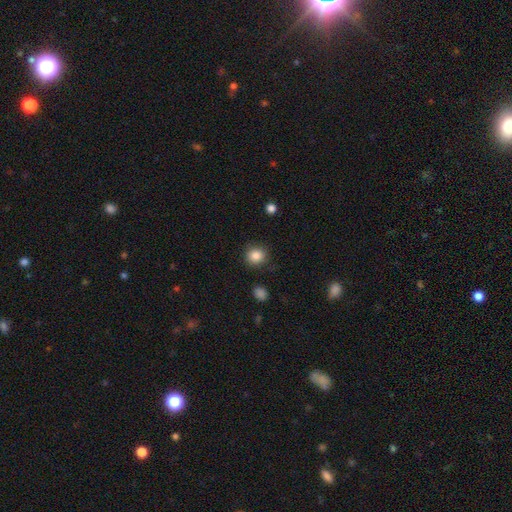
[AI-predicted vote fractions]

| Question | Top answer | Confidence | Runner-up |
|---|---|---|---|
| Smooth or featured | smooth | 86% | star or artifact (10%) |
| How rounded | round | 88% | in between (11%) |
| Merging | none | 88% | minor disturbance (8%) |